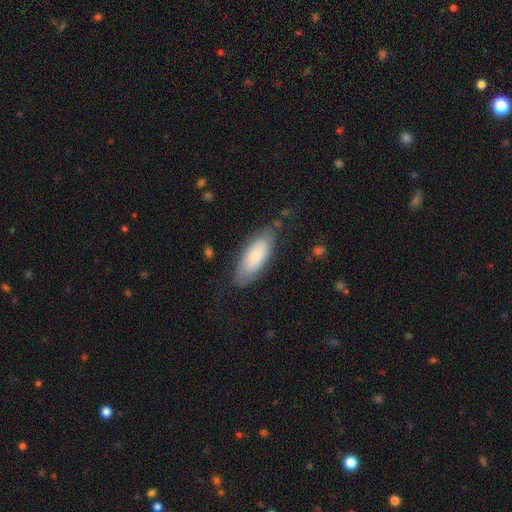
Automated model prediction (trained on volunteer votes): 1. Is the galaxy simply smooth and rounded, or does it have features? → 80% smooth, 14% featured or disk, 6% star or artifact.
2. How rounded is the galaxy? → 76% in between, 22% cigar-shaped, 2% round.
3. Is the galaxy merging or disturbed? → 75% none, 18% minor disturbance, 5% major disturbance, 2% merger.